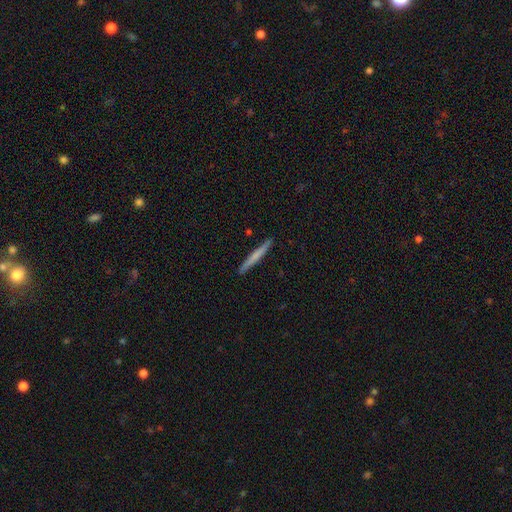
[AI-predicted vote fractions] A smooth galaxy with no disk features (56%) that is cigar-shaped (97%). Merging: none (92%).